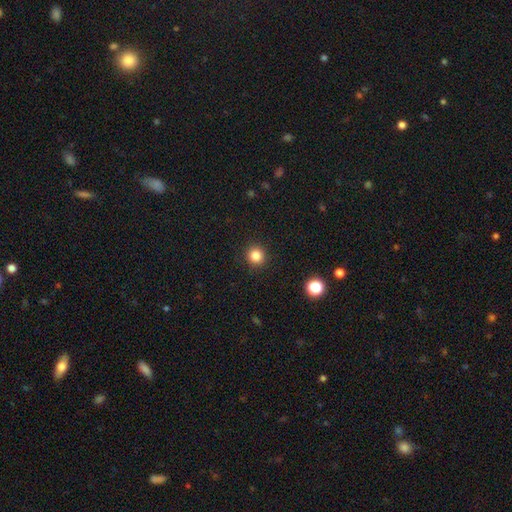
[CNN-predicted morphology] Smooth or featured? Predicted: smooth (p=0.84). How rounded? Predicted: round (p=0.93). Merging? Predicted: none (p=0.92).